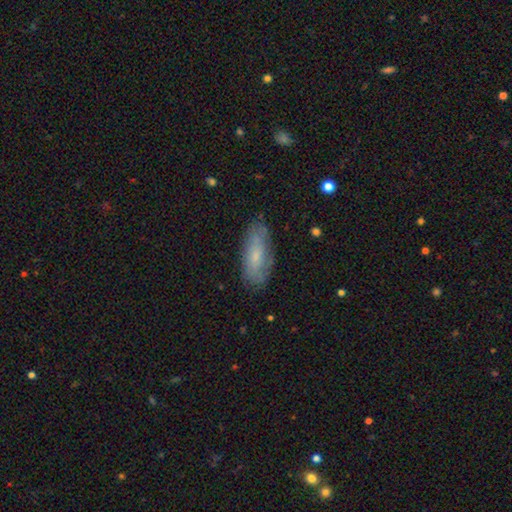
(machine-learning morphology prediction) Smooth or featured? smooth (58%)
How rounded? in between (73%)
Merging? none (76%)